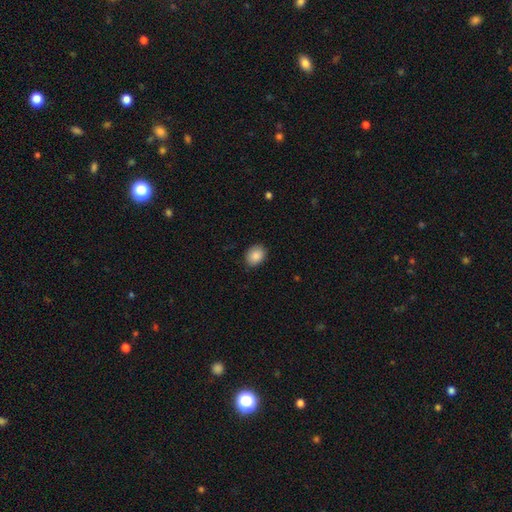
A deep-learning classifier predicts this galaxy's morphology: Smooth or featured: smooth — 88% (star or artifact — 8%)
How rounded: in between — 56% (round — 43%)
Merging: none — 86% (minor disturbance — 11%)